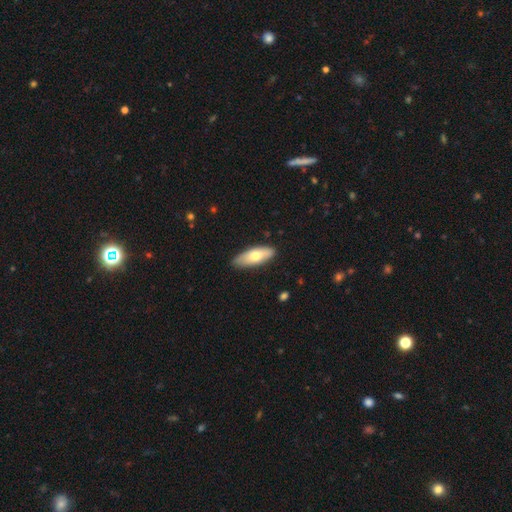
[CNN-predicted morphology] A smooth galaxy with no disk features (67%) that is in between round and cigar-shaped (71%). Merging: none (85%).